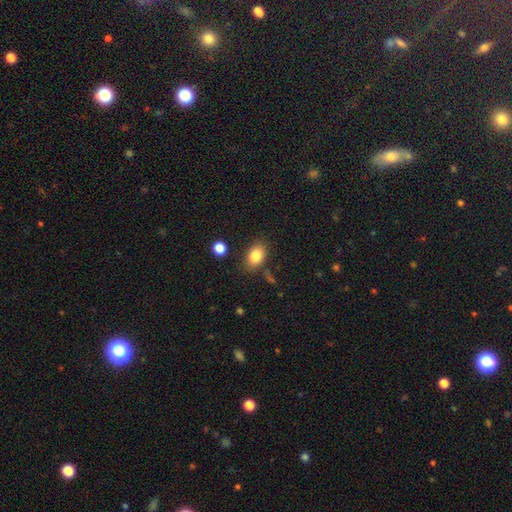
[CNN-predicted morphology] Smooth or featured? smooth (83%)
How rounded? in between (83%)
Merging? none (79%)